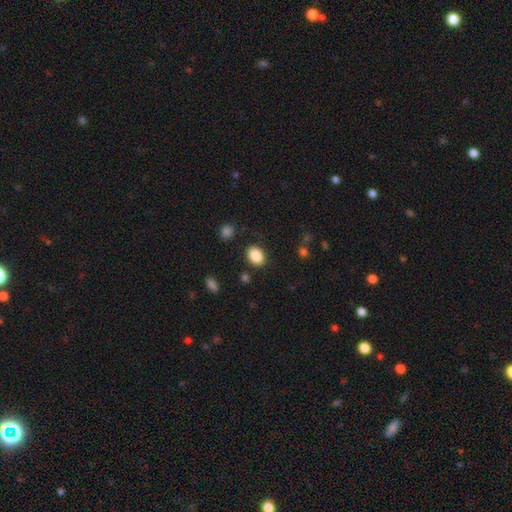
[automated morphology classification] smooth_or_featured: smooth (p=0.87) [alt: star or artifact p=0.08]
how_rounded: in between (p=0.69) [alt: round p=0.30]
merging: none (p=0.85) [alt: minor disturbance p=0.10]